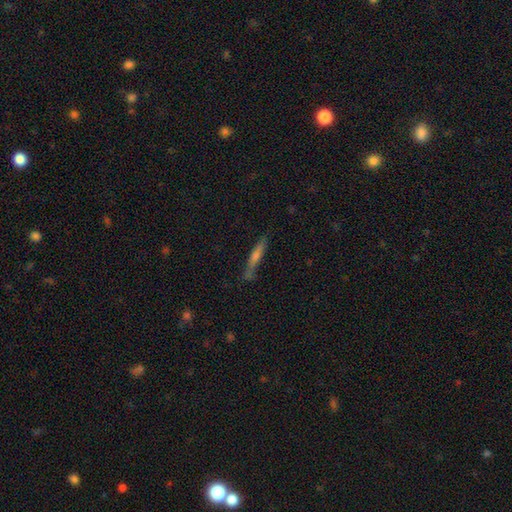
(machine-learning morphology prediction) Smooth or featured? featured or disk (54%)
Edge-on disk? yes (90%)
Merging? none (83%)